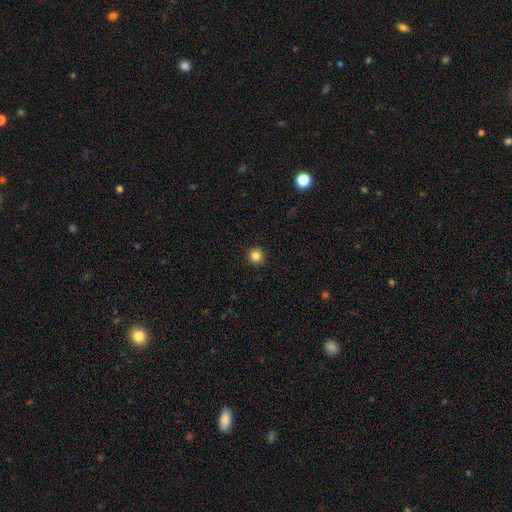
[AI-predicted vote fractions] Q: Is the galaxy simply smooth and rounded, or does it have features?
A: smooth — 84%.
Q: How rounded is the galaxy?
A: round — 96%.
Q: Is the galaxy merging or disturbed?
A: none — 93%.